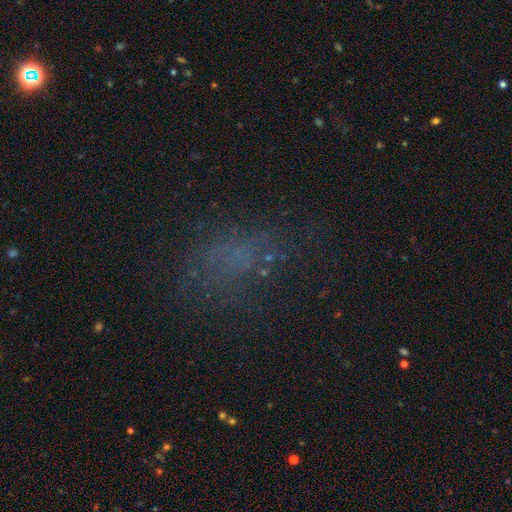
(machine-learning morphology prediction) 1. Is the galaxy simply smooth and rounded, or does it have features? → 45% smooth, 35% star or artifact, 20% featured or disk.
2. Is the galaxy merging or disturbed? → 56% none, 21% major disturbance, 19% minor disturbance, 4% merger.